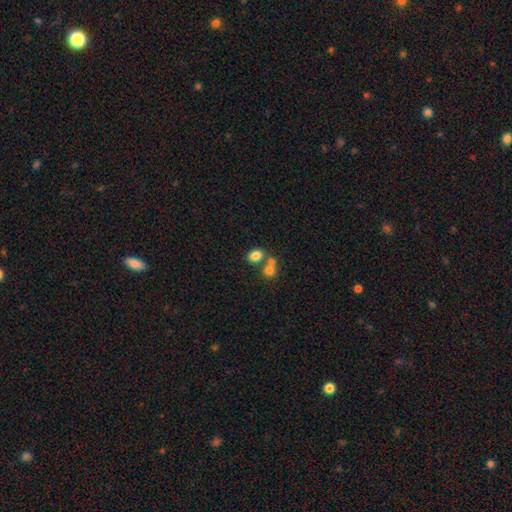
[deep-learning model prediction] smooth_or_featured: smooth (p=0.80) [alt: star or artifact p=0.11]
how_rounded: in between (p=0.66) [alt: round p=0.33]
merging: none (p=0.51) [alt: merger p=0.36]